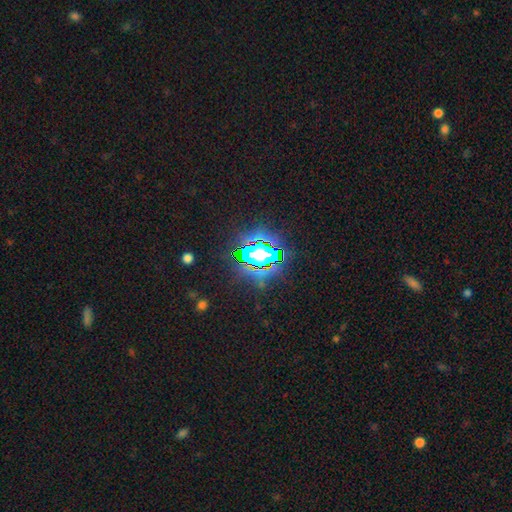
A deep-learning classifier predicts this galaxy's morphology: star or artifact 67%, smooth 21%, featured or disk 12%.